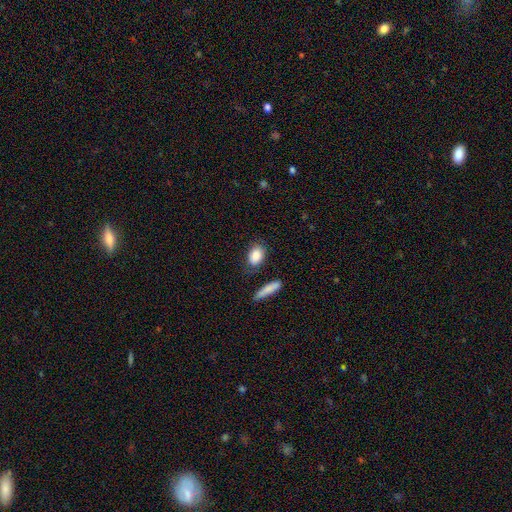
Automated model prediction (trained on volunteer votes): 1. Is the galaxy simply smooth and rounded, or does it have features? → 88% smooth, 7% star or artifact, 6% featured or disk.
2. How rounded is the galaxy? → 80% in between, 16% round, 4% cigar-shaped.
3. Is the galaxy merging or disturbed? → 78% none, 13% minor disturbance, 5% merger, 4% major disturbance.